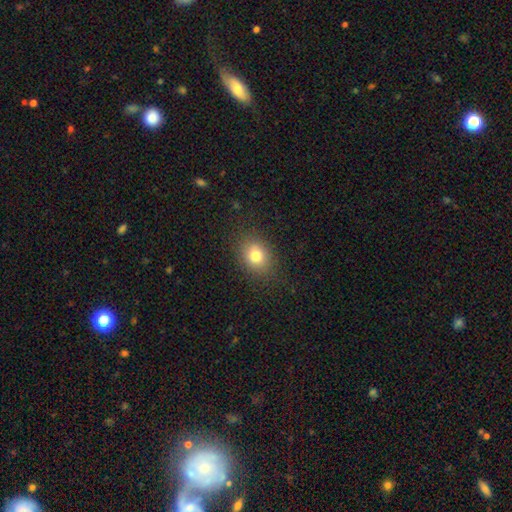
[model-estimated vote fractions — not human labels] Smooth or featured: smooth — 77% (star or artifact — 13%)
How rounded: round — 53% (in between — 46%)
Merging: none — 85% (minor disturbance — 10%)